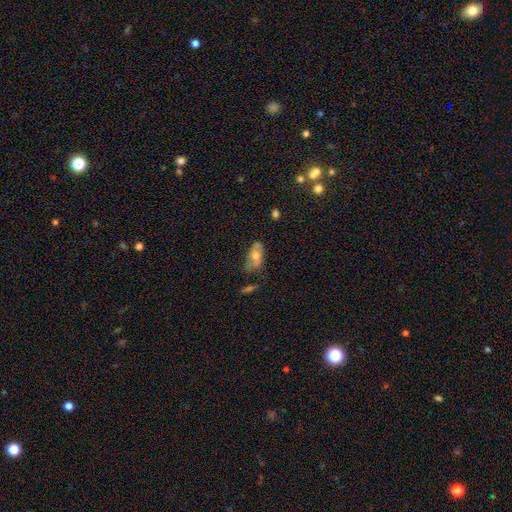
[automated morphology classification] This is possibly a smooth galaxy (55%). How rounded: clearly in between (86%). Merging: possibly none (53%).